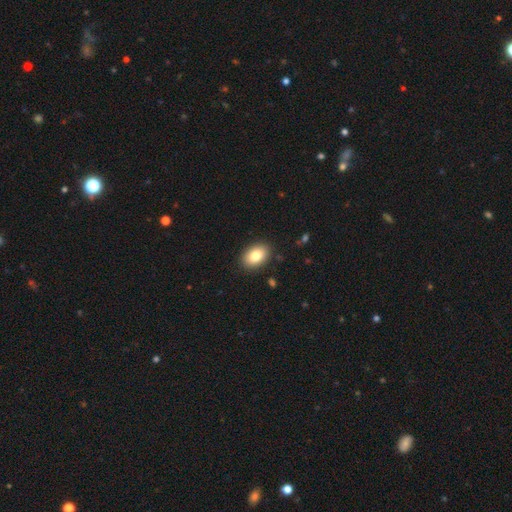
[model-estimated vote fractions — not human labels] The model was most divided on "how rounded": in between: 85%, round: 14%, cigar-shaped: 1%. More confident: merging — none (89%); smooth or featured — smooth (83%).